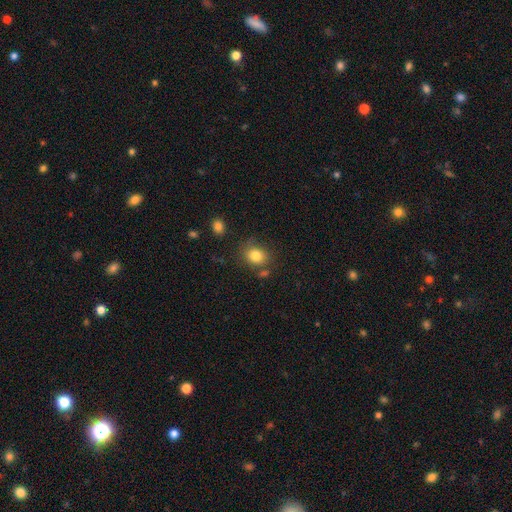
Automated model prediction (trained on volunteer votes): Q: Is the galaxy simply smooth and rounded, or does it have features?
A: smooth — 82%.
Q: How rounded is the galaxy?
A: round — 58%.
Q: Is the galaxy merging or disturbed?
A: none — 74%.